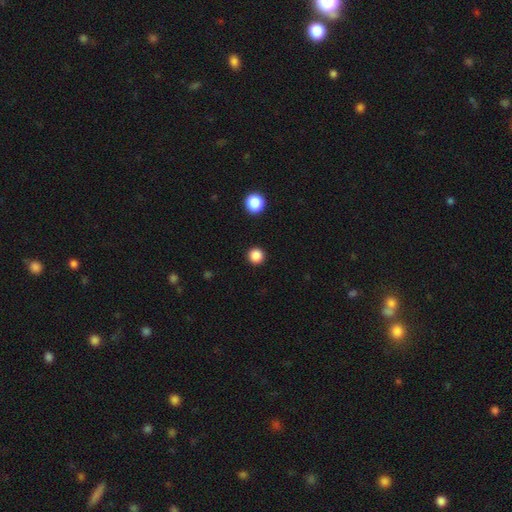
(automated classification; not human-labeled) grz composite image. It shows a smooth galaxy with no disk features (85%) that is round (96%). Merging: none (93%).